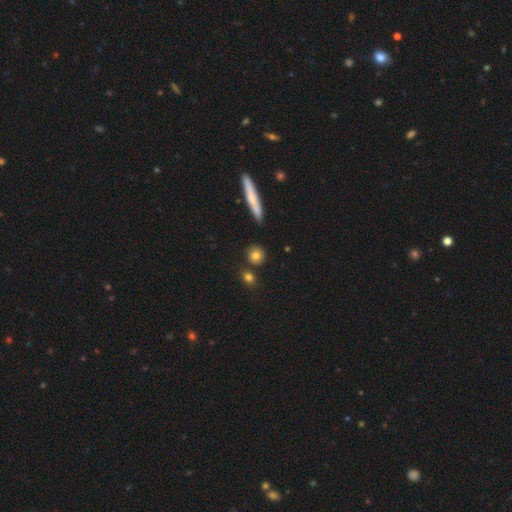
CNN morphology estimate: smooth-or-featured: smooth: 77% | featured or disk: 13% | star or artifact: 10%
  how-rounded: round: 81% | in between: 14% | cigar-shaped: 5%
  merging: none: 80% | minor disturbance: 9% | merger: 8% | major disturbance: 3%